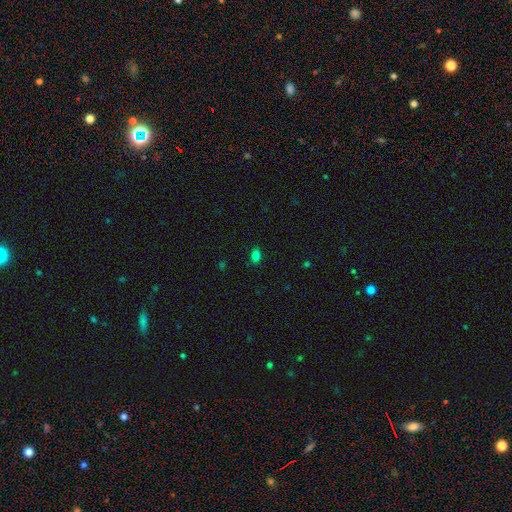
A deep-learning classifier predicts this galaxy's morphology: A smooth galaxy with no disk features (81%) that is in between round and cigar-shaped (83%). Merging: none (87%).